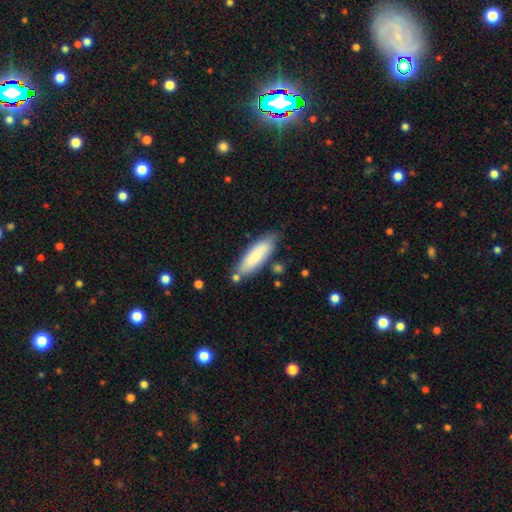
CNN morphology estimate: A smooth galaxy with no disk features (80%) that is in between round and cigar-shaped (50%).

Vote fractions:
- Smooth or featured? smooth: 80% / featured or disk: 14% / star or artifact: 6%
- How rounded? in between: 50% / cigar-shaped: 49% / round: 1%
- Merging? none: 74% / minor disturbance: 16% / merger: 6% / major disturbance: 3%